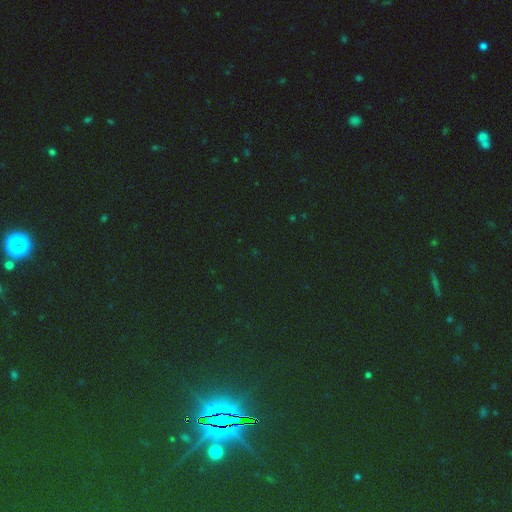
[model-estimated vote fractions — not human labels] smooth-or-featured: star or artifact: 84% | smooth: 10% | featured or disk: 6%